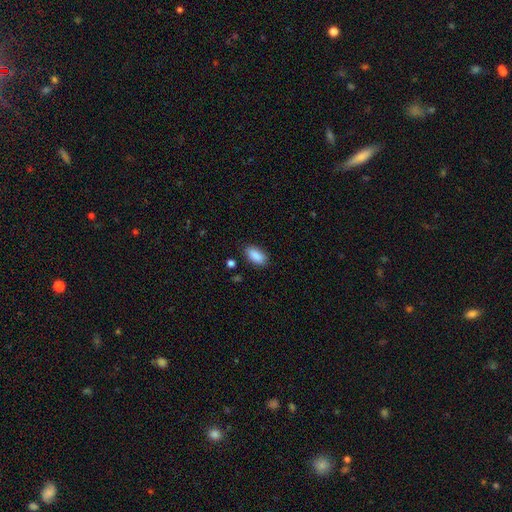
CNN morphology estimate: Smooth or featured? Predicted: smooth (p=0.89). How rounded? Predicted: in between (p=0.92). Merging? Predicted: none (p=0.86).